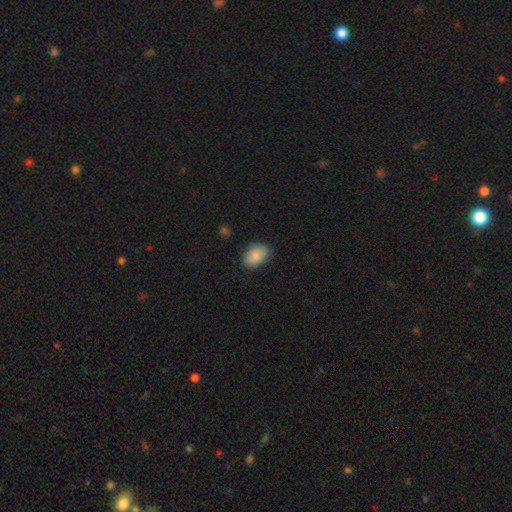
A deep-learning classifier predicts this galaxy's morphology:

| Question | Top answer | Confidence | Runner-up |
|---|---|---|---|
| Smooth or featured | smooth | 85% | featured or disk (8%) |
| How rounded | in between | 86% | round (13%) |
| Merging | none | 83% | minor disturbance (14%) |